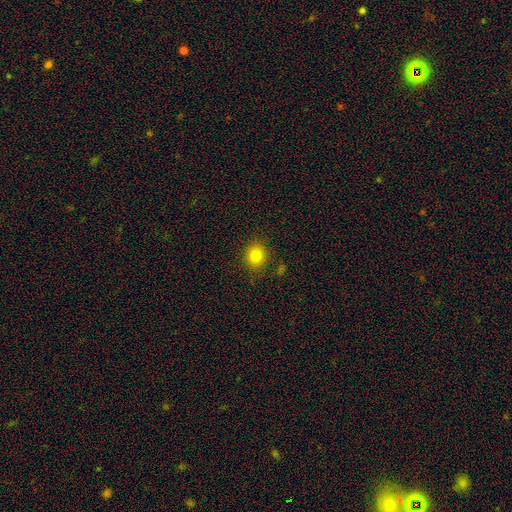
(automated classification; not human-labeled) This is clearly a smooth galaxy (80%). How rounded: likely round (74%). Merging: clearly none (87%).